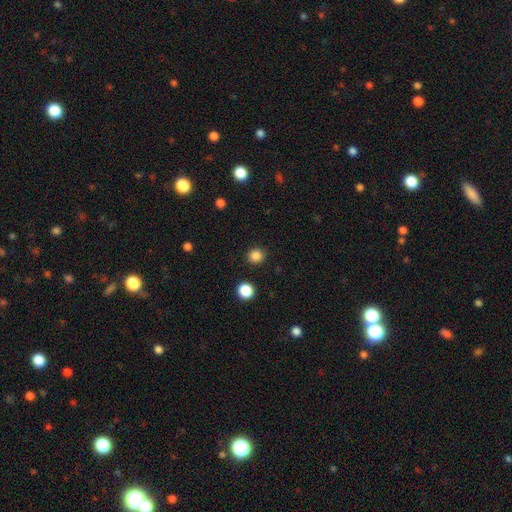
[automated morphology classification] This appears to be a smooth galaxy with no disk features (85%) that is round (90%). Merging: none (91%).